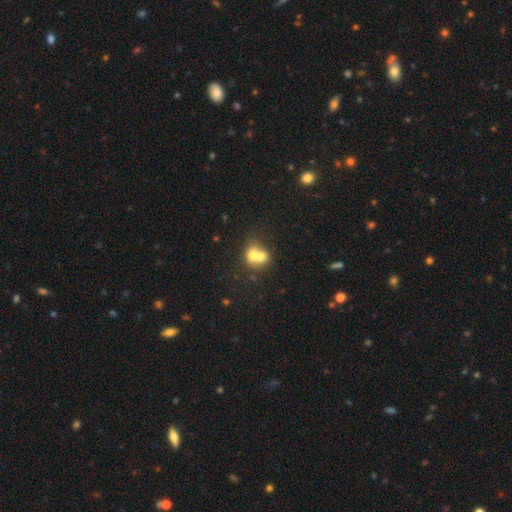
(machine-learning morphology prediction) This is likely a smooth galaxy (66%). How rounded: likely round (65%). Merging: likely merger (70%).